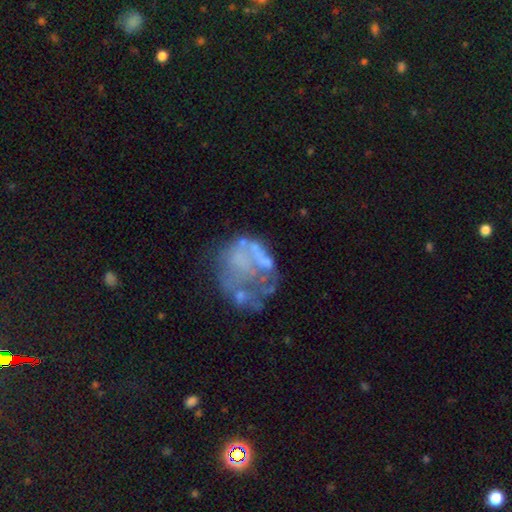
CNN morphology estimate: type=featured or disk (62%); edge-on=no (98%); bar=no (92%); spiral arms=no (92%); bulge=none (78%); merging=none (37%).